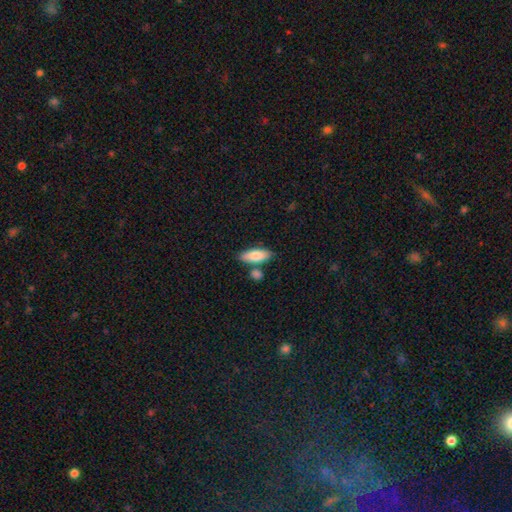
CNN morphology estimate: type=smooth (82%); roundness=in between (74%); merging=none (70%).